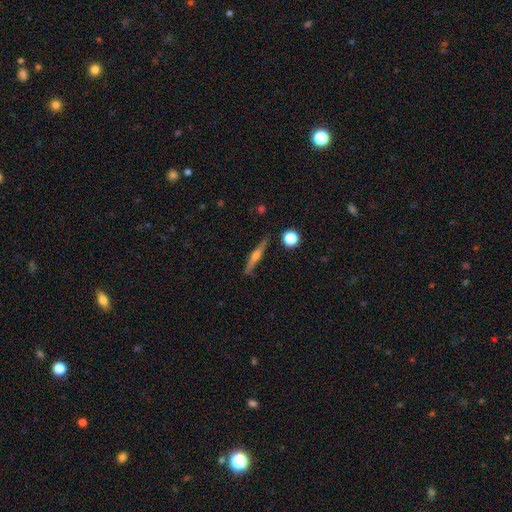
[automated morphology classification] Q: Smooth or featured?
A: featured or disk (63%); runner-up: smooth (29%)
Q: Edge-on disk?
A: yes (97%); runner-up: no (3%)
Q: Edge-on bulge?
A: rounded (88%); runner-up: none (7%)
Q: Merging?
A: none (86%); runner-up: minor disturbance (10%)